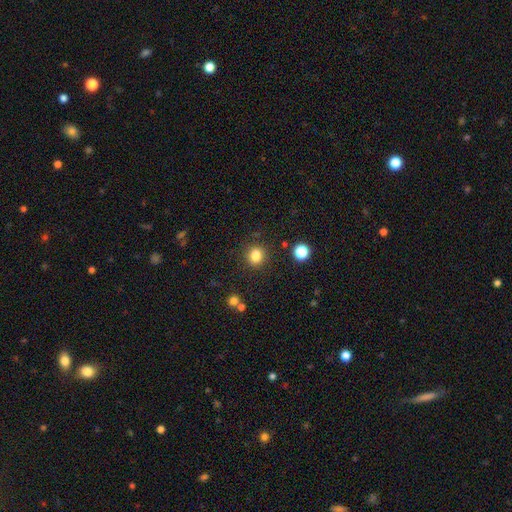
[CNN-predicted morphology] This is clearly a smooth galaxy (82%). How rounded: clearly round (89%). Merging: clearly none (88%).